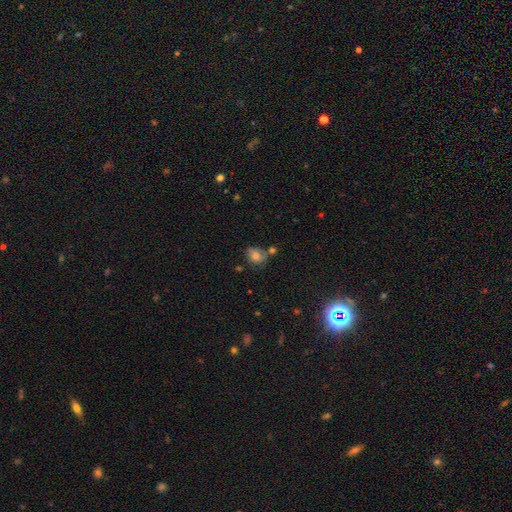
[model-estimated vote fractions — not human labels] Smooth or featured? smooth (57%)
How rounded? round (57%)
Merging? none (48%)